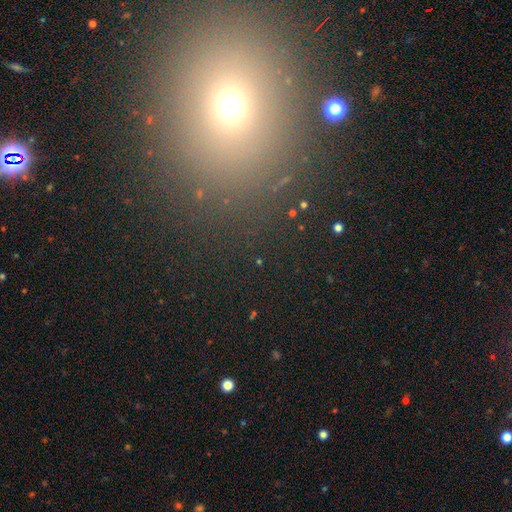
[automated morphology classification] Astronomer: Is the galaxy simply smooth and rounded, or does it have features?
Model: smooth — 53% (runner-up: star or artifact, 37%).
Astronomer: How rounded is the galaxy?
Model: round — 70%.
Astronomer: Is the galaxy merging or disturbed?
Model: none — 87%.